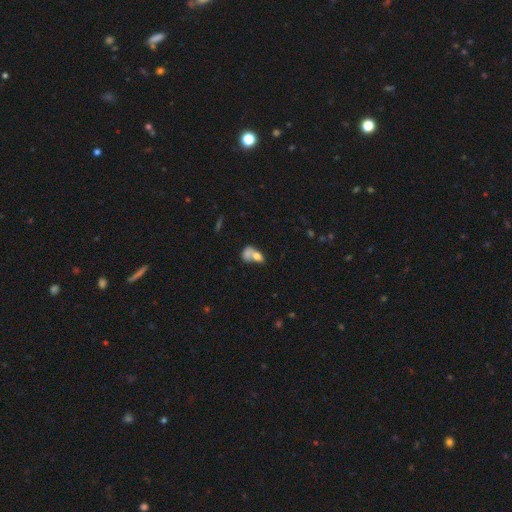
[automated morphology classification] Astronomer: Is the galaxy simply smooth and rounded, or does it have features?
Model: smooth — 70%.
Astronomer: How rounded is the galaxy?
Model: in between — 76%.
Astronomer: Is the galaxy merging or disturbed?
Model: merger — 66%.